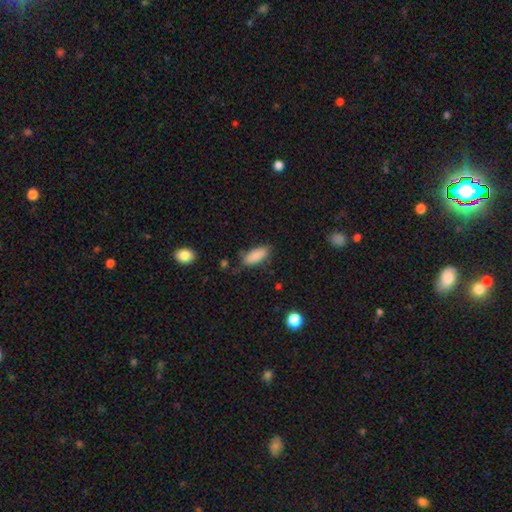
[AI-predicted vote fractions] Smooth or featured? Predicted: smooth (p=0.87). How rounded? Predicted: in between (p=0.81). Merging? Predicted: none (p=0.72).